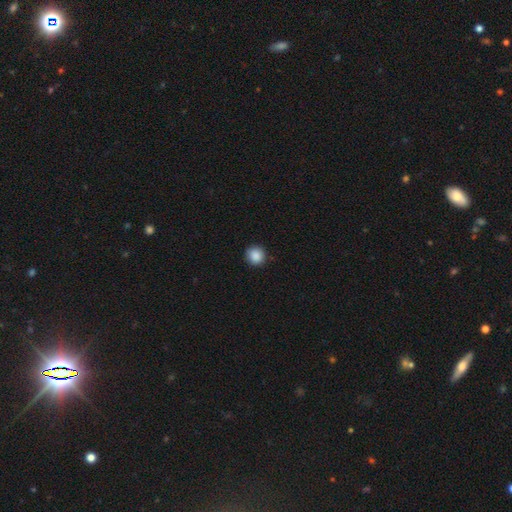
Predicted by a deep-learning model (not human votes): Q: Smooth or featured?
A: smooth (88%); runner-up: star or artifact (9%)
Q: How rounded?
A: round (93%); runner-up: in between (6%)
Q: Merging?
A: none (90%); runner-up: minor disturbance (7%)